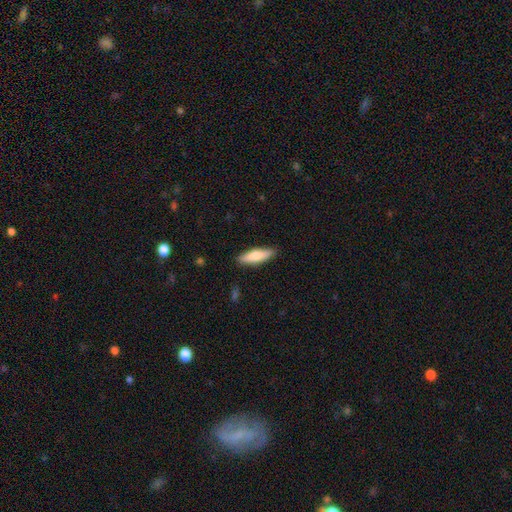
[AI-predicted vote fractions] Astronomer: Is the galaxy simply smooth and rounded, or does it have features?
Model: smooth — 74%.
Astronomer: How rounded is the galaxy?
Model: cigar-shaped — 61% (runner-up: in between, 38%).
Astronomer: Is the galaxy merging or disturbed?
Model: none — 88%.